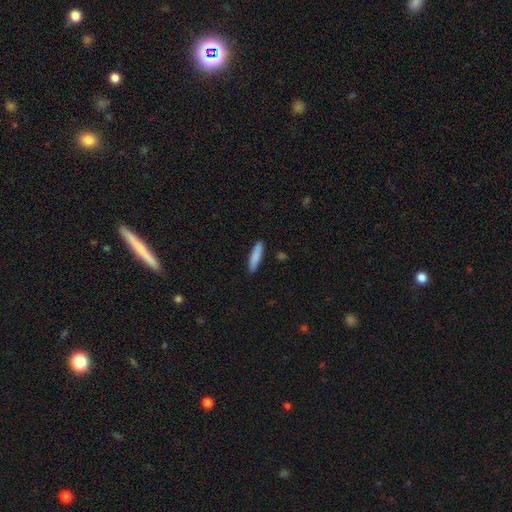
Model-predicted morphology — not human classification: Smooth or featured: smooth — 86% (featured or disk — 9%)
How rounded: cigar-shaped — 83% (in between — 16%)
Merging: none — 89% (minor disturbance — 8%)